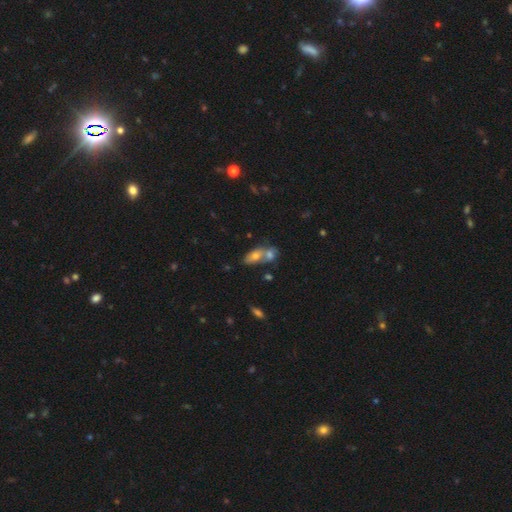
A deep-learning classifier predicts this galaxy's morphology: Smooth or featured? smooth (63%)
How rounded? in between (79%)
Merging? merger (59%)